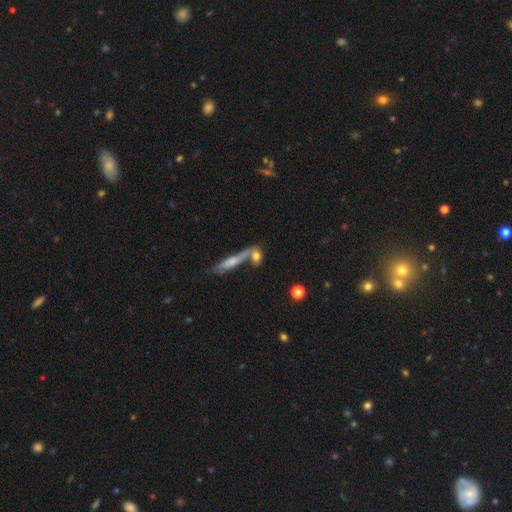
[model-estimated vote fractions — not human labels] A smooth galaxy with no disk features (67%) that is in between round and cigar-shaped (43%). Merging: none (47%).